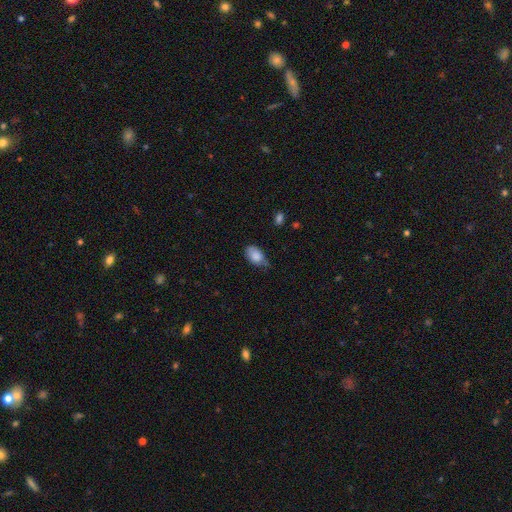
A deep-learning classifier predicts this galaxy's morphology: Q: Smooth or featured?
A: smooth (83%); runner-up: featured or disk (10%)
Q: How rounded?
A: in between (89%); runner-up: round (9%)
Q: Merging?
A: none (46%); runner-up: minor disturbance (42%)